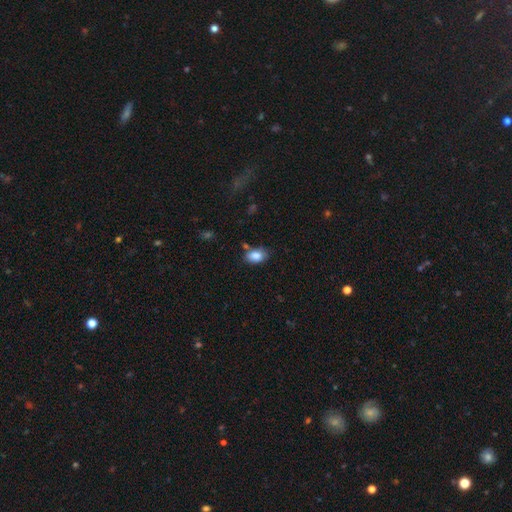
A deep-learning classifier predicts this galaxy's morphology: A smooth galaxy with no disk features (85%) that is in between round and cigar-shaped (85%). Merging: none (69%).